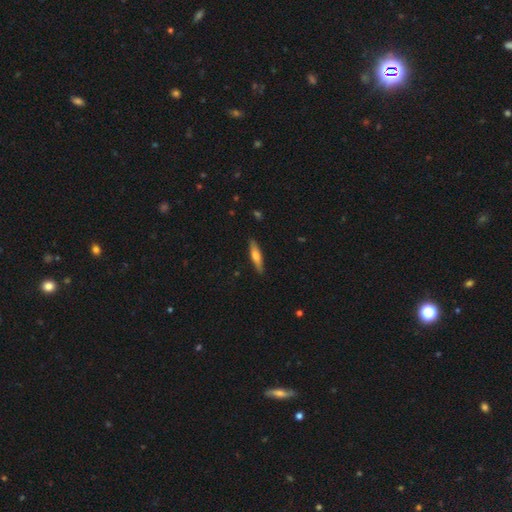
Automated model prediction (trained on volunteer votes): This appears to be a smooth galaxy with no disk features (61%) that is cigar-shaped (79%). Merging: none (89%).